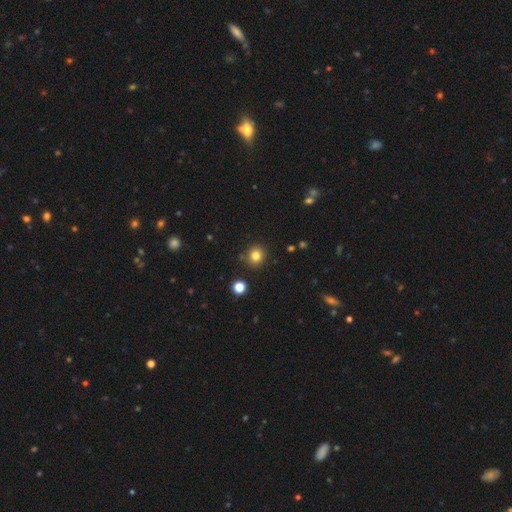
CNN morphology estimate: Smooth or featured? smooth (81%)
How rounded? round (90%)
Merging? none (86%)